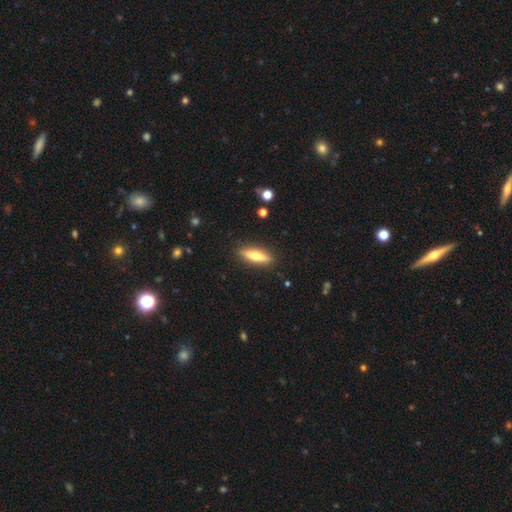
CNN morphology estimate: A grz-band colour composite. It shows a smooth galaxy with no disk features (54%) that is cigar-shaped (65%). Merging: none (89%).